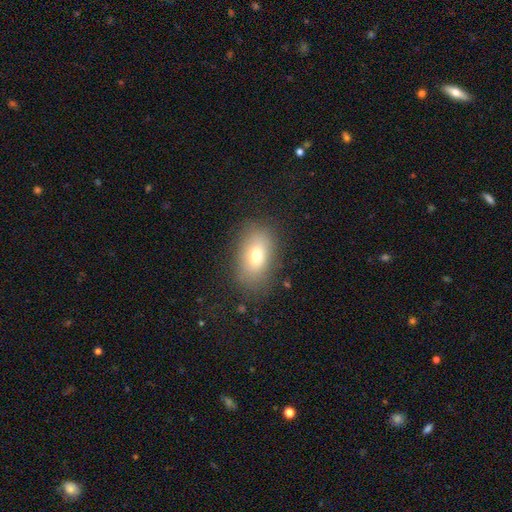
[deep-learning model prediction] Smooth or featured: smooth — 73% (featured or disk — 16%)
How rounded: in between — 86% (round — 13%)
Merging: none — 81% (minor disturbance — 13%)